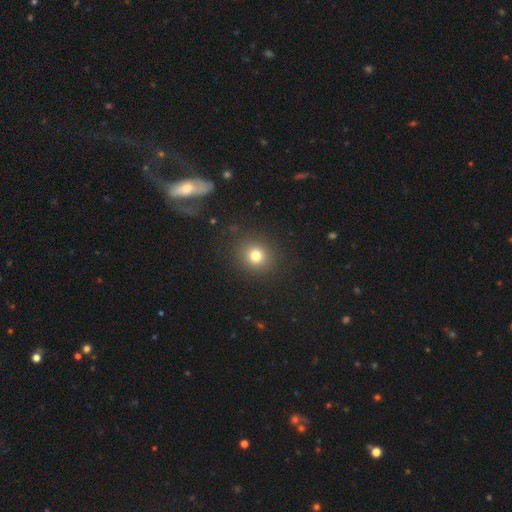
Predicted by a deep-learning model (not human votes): Smooth or featured: smooth — 77% (star or artifact — 15%)
How rounded: round — 86% (in between — 14%)
Merging: none — 89% (minor disturbance — 7%)